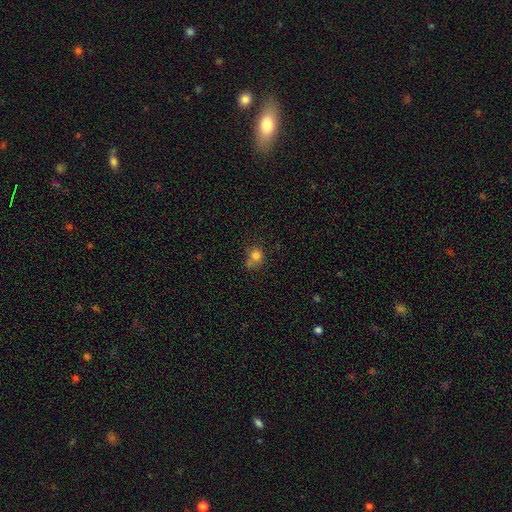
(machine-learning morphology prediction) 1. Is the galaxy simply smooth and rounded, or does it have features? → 79% smooth, 13% star or artifact, 9% featured or disk.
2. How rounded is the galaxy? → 78% round, 21% in between, 1% cigar-shaped.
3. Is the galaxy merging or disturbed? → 51% none, 23% merger, 19% minor disturbance, 7% major disturbance.